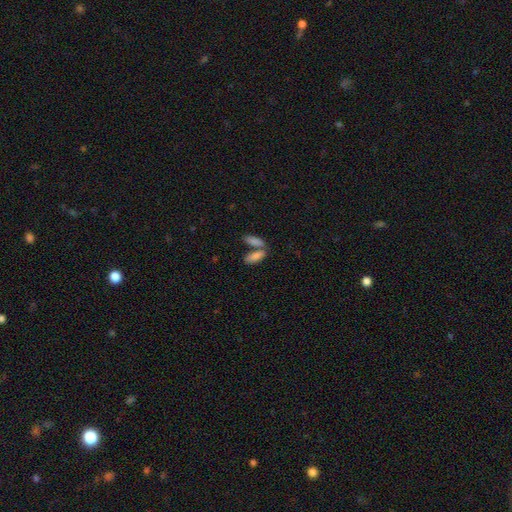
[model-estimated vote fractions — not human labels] This is clearly a smooth galaxy (83%). How rounded: likely in between (67%). Merging: marginally merger (45%).